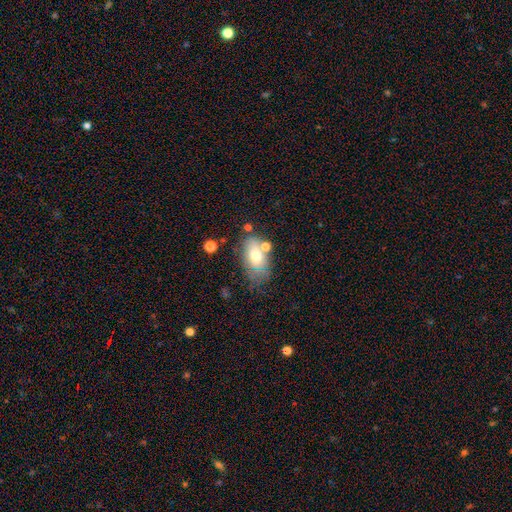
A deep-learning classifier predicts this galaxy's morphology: Q: Smooth or featured?
A: smooth (68%); runner-up: featured or disk (23%)
Q: How rounded?
A: in between (89%); runner-up: round (9%)
Q: Merging?
A: none (58%); runner-up: minor disturbance (22%)